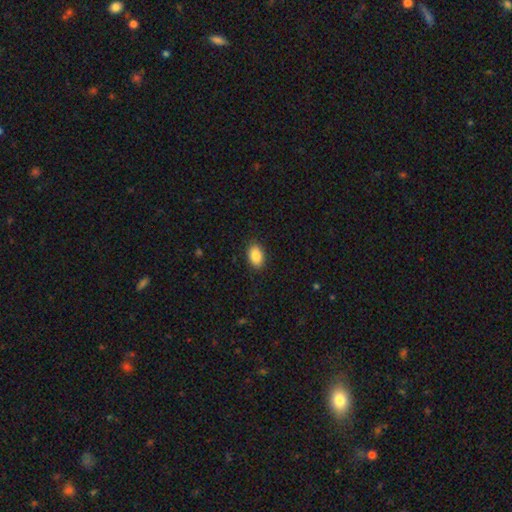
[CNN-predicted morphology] smooth_or_featured: smooth (p=0.88) [alt: star or artifact p=0.07]
how_rounded: in between (p=0.89) [alt: round p=0.09]
merging: none (p=0.88) [alt: minor disturbance p=0.09]